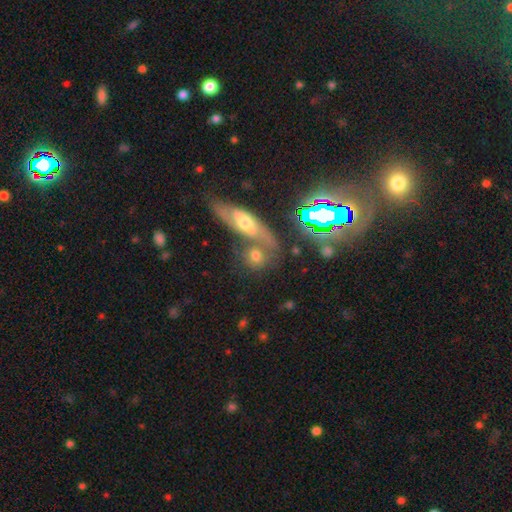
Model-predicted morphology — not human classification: Smooth or featured: smooth — 58% (featured or disk — 26%)
How rounded: round — 59% (in between — 32%)
Merging: none — 45% (merger — 37%)